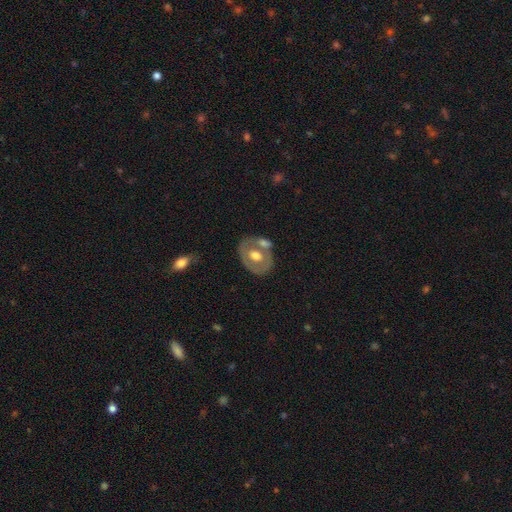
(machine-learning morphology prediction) Smooth or featured? featured or disk (49%)
Merging? none (50%)